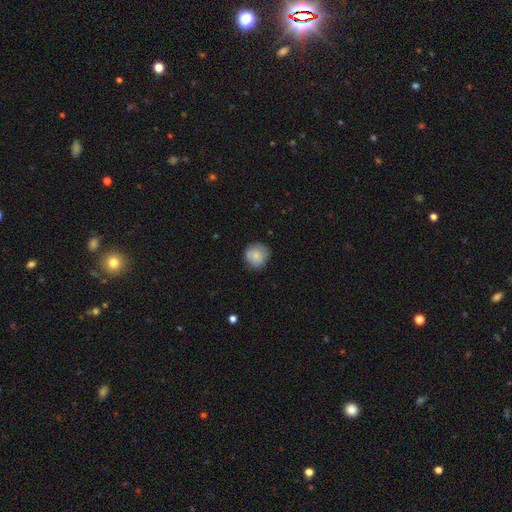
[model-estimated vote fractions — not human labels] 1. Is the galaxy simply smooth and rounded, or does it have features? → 77% smooth, 16% featured or disk, 7% star or artifact.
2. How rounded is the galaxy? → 90% round, 9% in between, 1% cigar-shaped.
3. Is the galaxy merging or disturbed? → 79% none, 16% minor disturbance, 4% major disturbance, 1% merger.